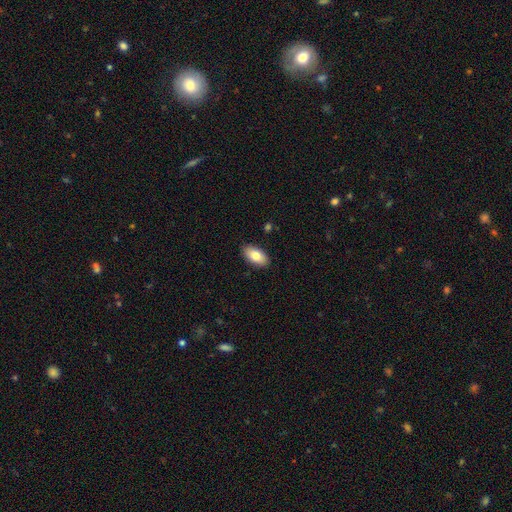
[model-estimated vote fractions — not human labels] The model was most divided on "smooth or featured": smooth: 81%, featured or disk: 13%, star or artifact: 7%. More confident: how rounded — in between (93%); merging — none (88%).